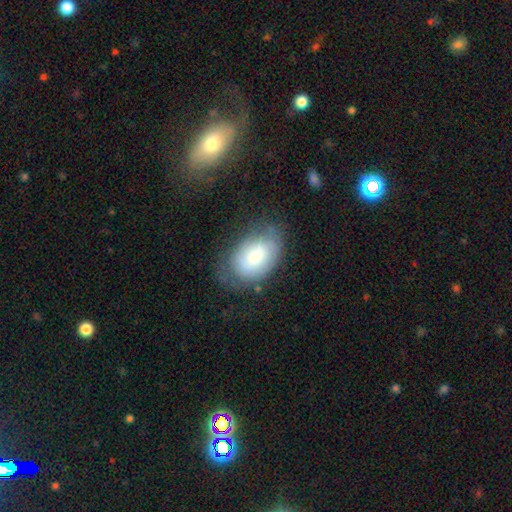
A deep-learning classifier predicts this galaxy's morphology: Q: Smooth or featured?
A: smooth (66%); runner-up: featured or disk (26%)
Q: How rounded?
A: in between (88%); runner-up: round (11%)
Q: Merging?
A: none (58%); runner-up: minor disturbance (27%)